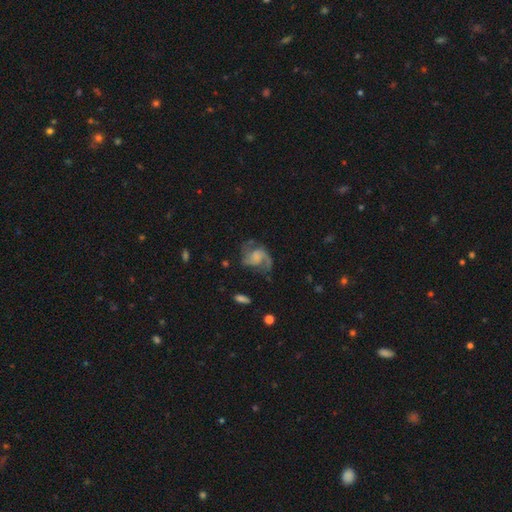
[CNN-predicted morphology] smooth_or_featured: featured or disk (p=0.78) [alt: smooth p=0.13]
disk_edge_on: no (p=0.97) [alt: yes p=0.03]
bar: no (p=0.52) [alt: weak p=0.39]
has_spiral_arms: yes (p=0.94) [alt: no p=0.06]
spiral_winding: medium (p=0.48) [alt: loose p=0.37]
spiral_arm_count: 2 (p=0.79) [alt: can't tell p=0.07]
bulge_size: none (p=0.34) [alt: moderate p=0.24]
merging: none (p=0.62) [alt: minor disturbance p=0.19]